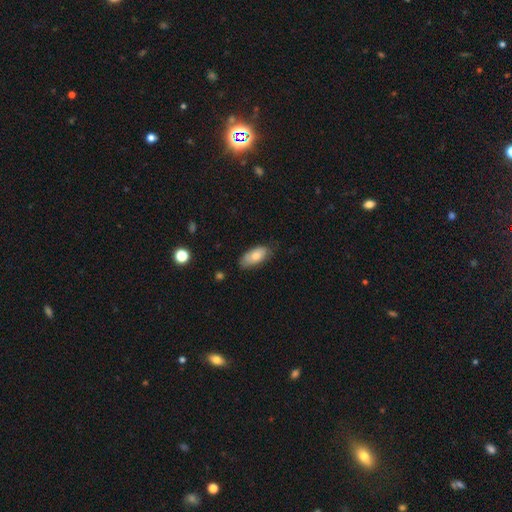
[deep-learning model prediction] A smooth galaxy with no disk features (79%) that is in between round and cigar-shaped (89%).

Vote fractions:
- Smooth or featured? smooth: 79% / featured or disk: 14% / star or artifact: 7%
- How rounded? in between: 89% / cigar-shaped: 8% / round: 2%
- Merging? none: 70% / minor disturbance: 24% / major disturbance: 4% / merger: 1%